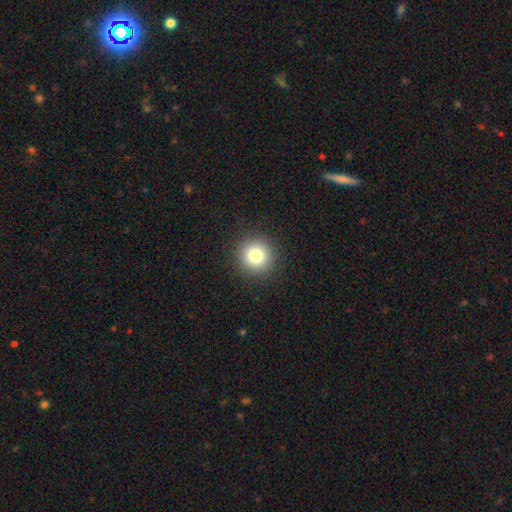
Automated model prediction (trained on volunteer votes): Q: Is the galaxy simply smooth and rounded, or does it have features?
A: smooth — 81%.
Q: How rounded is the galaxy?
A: round — 94%.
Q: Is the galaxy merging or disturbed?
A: none — 91%.